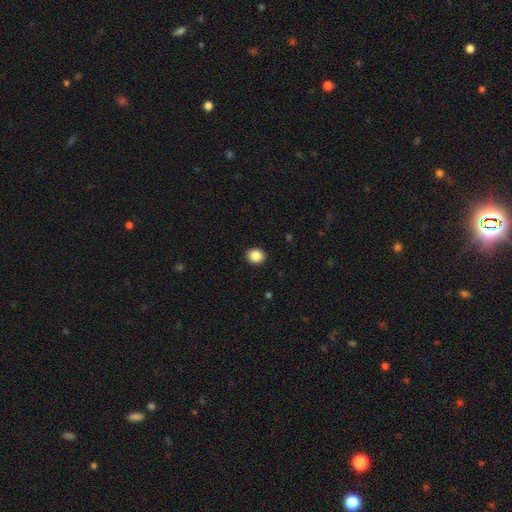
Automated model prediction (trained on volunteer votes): smooth_or_featured: smooth (p=0.87) [alt: star or artifact p=0.09]
how_rounded: round (p=0.72) [alt: in between p=0.28]
merging: none (p=0.92) [alt: minor disturbance p=0.06]